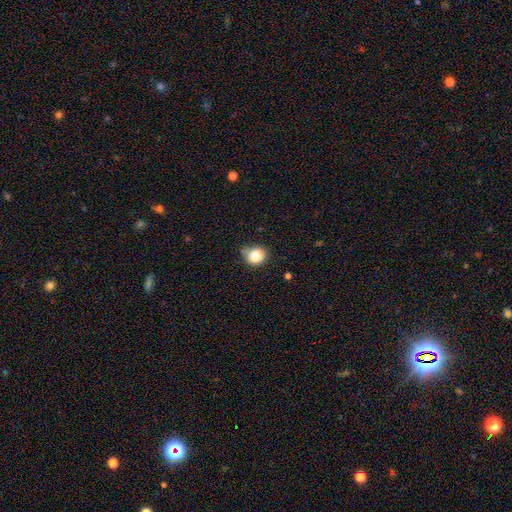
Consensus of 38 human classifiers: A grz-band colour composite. It shows a smooth galaxy with no disk features (92%) that is round (74%). Merging: none (58%).